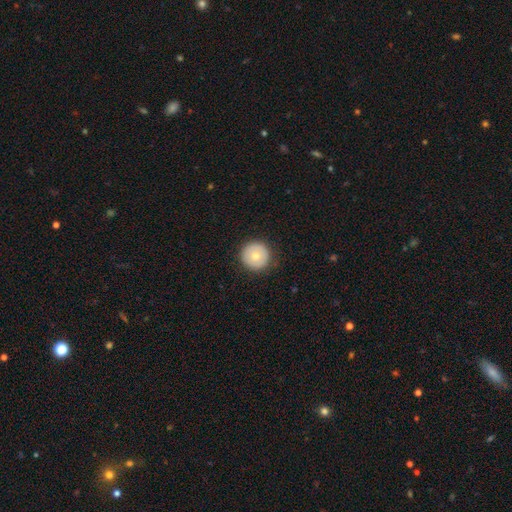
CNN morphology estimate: The model was most divided on "smooth or featured": smooth: 68%, featured or disk: 25%, star or artifact: 7%. More confident: how rounded — round (96%); merging — none (91%).